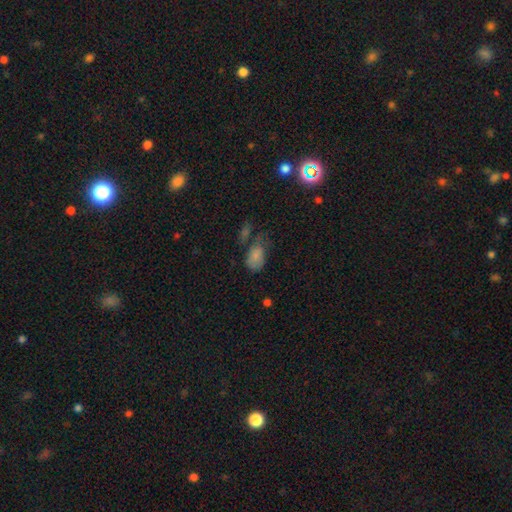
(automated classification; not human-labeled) Smooth or featured: smooth — 75% (featured or disk — 14%)
How rounded: in between — 88% (round — 10%)
Merging: none — 33% (minor disturbance — 26%)